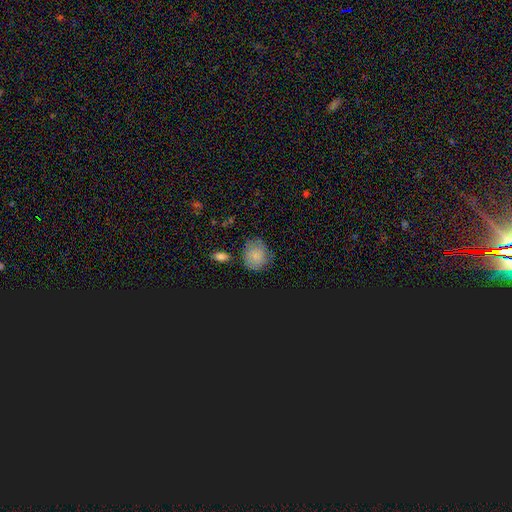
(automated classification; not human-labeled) Q: Smooth or featured?
A: smooth (68%); runner-up: star or artifact (19%)
Q: How rounded?
A: round (79%); runner-up: in between (20%)
Q: Merging?
A: none (70%); runner-up: minor disturbance (20%)